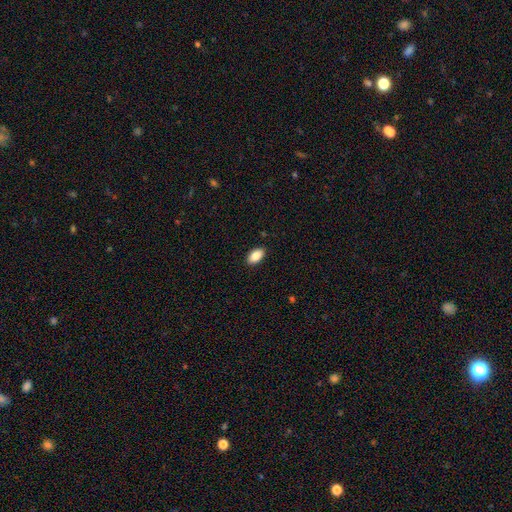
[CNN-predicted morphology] smooth_or_featured: smooth (p=0.87) [alt: star or artifact p=0.07]
how_rounded: in between (p=0.94) [alt: round p=0.04]
merging: none (p=0.89) [alt: minor disturbance p=0.08]